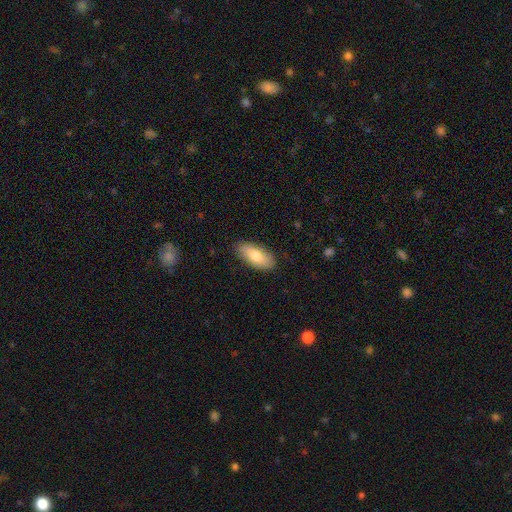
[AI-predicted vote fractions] smooth 76%, featured or disk 18%, star or artifact 6%. Down the decision tree: how rounded — in between (84%); merging — none (86%).